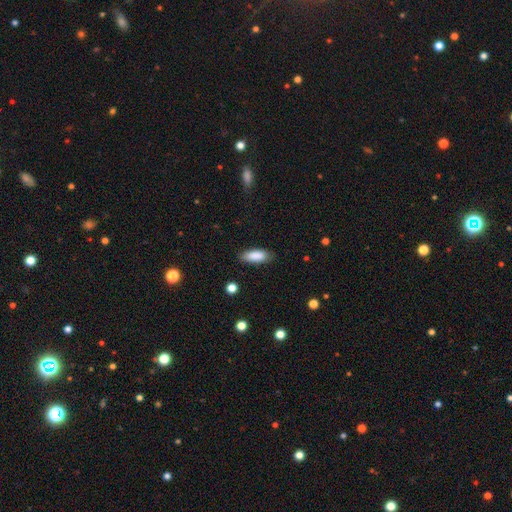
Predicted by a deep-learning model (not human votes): Smooth or featured? Predicted: smooth (p=0.88). How rounded? Predicted: in between (p=0.76). Merging? Predicted: none (p=0.84).